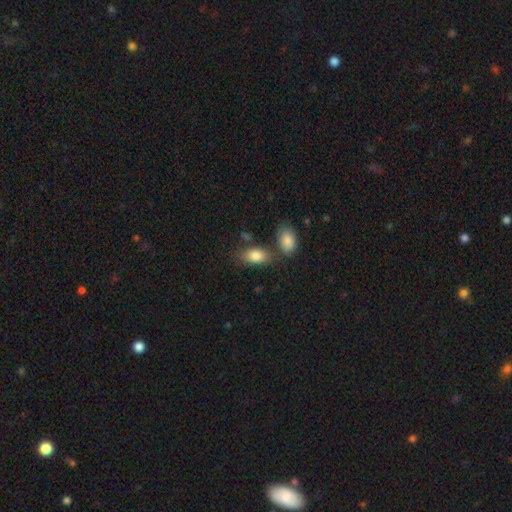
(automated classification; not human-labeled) A smooth galaxy with no disk features (84%) that is in between round and cigar-shaped (91%).

Vote fractions:
- Smooth or featured? smooth: 84% / featured or disk: 9% / star or artifact: 7%
- How rounded? in between: 91% / round: 5% / cigar-shaped: 4%
- Merging? none: 60% / merger: 20% / minor disturbance: 15% / major disturbance: 5%